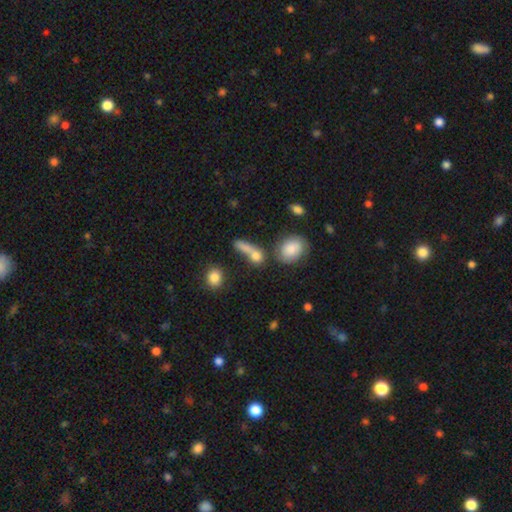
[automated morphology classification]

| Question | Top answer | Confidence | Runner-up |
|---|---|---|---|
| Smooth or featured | smooth | 68% | star or artifact (17%) |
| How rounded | in between | 49% | round (33%) |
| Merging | none | 60% | merger (22%) |